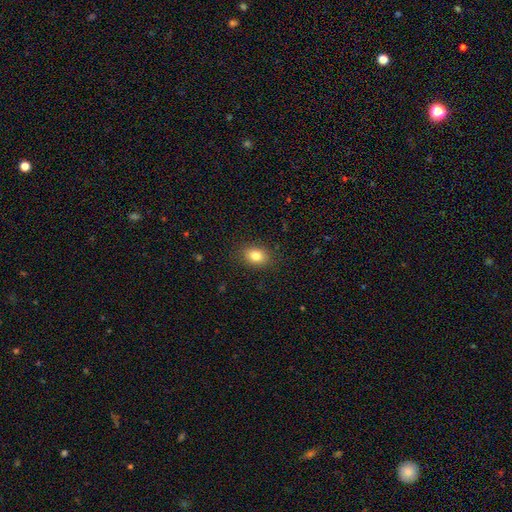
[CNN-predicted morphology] smooth_or_featured: smooth (p=0.82) [alt: star or artifact p=0.10]
how_rounded: in between (p=0.71) [alt: round p=0.28]
merging: none (p=0.87) [alt: minor disturbance p=0.09]